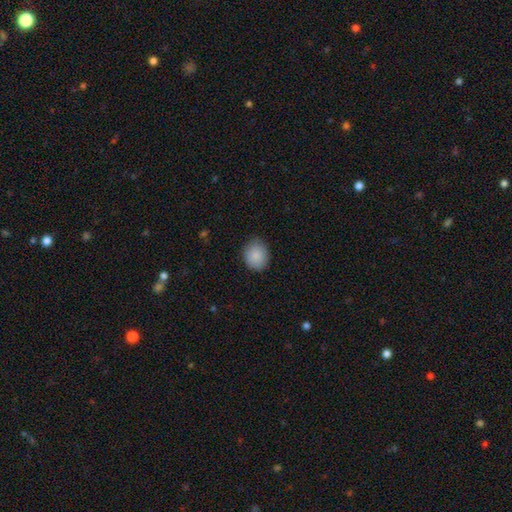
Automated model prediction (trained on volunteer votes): smooth 88%, star or artifact 7%, featured or disk 4%. Down the decision tree: how rounded — round (60%); merging — none (82%).